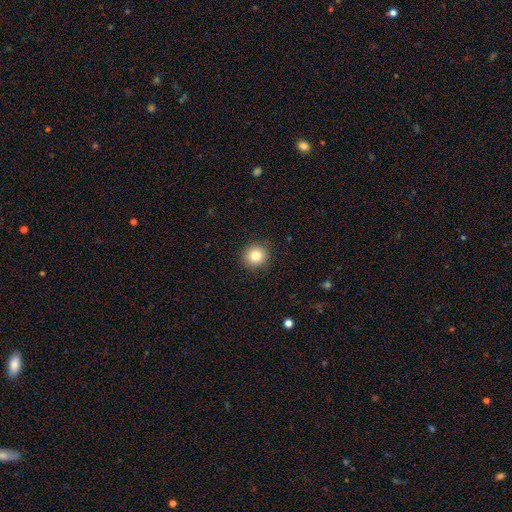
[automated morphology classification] Smooth or featured: smooth — 82% (star or artifact — 11%)
How rounded: round — 93% (in between — 6%)
Merging: none — 92% (minor disturbance — 6%)